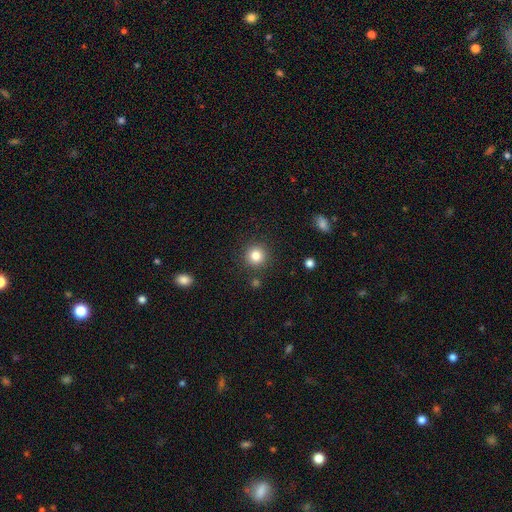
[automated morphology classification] A smooth galaxy with no disk features (83%) that is round (95%). Merging: none (89%).